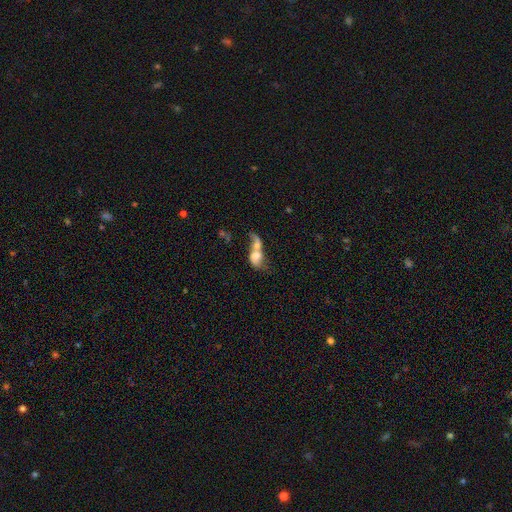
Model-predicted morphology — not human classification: Smooth or featured? Predicted: smooth (p=0.48). Merging? Predicted: merger (p=0.73).